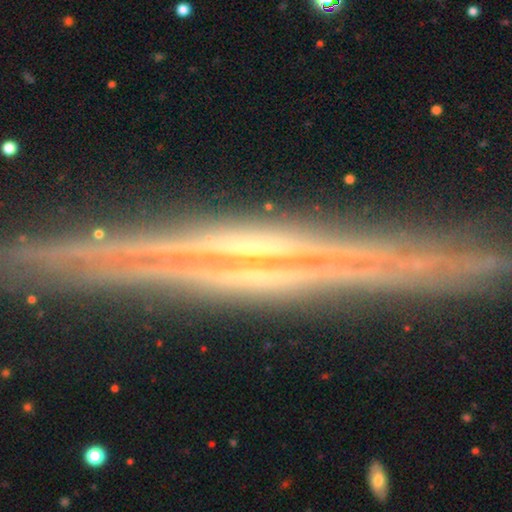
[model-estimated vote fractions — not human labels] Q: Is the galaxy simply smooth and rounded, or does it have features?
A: featured or disk — 75%.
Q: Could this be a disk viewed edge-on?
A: yes — 95%.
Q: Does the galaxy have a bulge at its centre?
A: none — 54%.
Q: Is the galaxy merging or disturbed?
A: none — 89%.